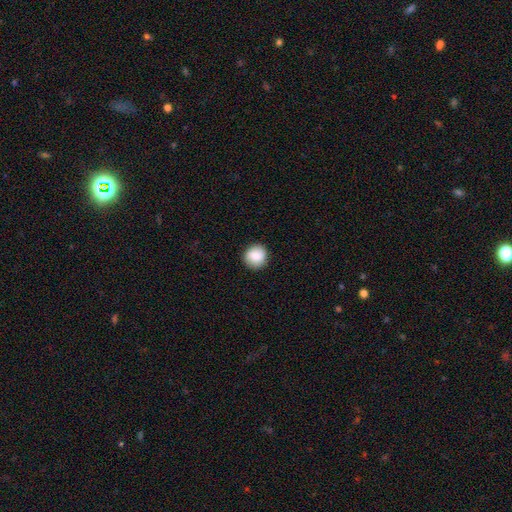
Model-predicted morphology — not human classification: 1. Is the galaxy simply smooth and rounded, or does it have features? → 86% smooth, 8% star or artifact, 6% featured or disk.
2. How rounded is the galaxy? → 91% round, 8% in between, 1% cigar-shaped.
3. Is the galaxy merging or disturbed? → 90% none, 7% minor disturbance, 2% major disturbance, 1% merger.